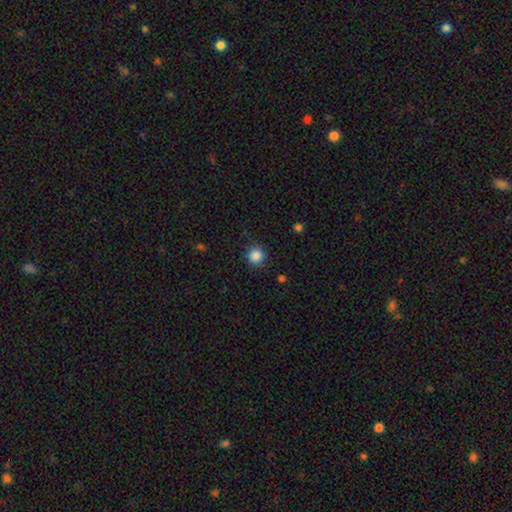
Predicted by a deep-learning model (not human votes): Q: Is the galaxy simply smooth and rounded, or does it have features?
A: smooth — 86%.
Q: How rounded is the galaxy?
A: round — 93%.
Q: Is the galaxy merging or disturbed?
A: none — 89%.